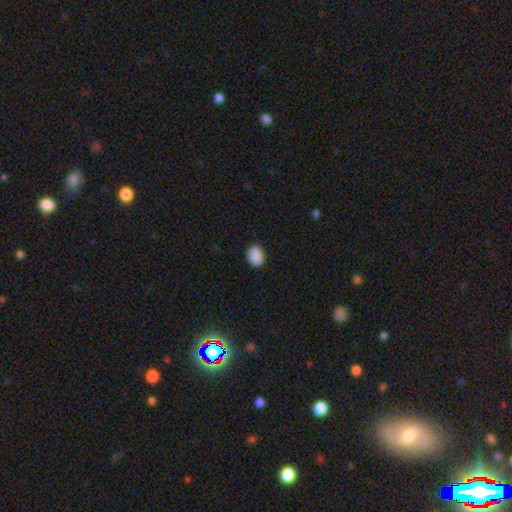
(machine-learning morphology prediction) Smooth or featured?
  - smooth: 90% *
  - star or artifact: 8%
  - featured or disk: 2%
How rounded?
  - in between: 67% *
  - round: 32%
  - cigar-shaped: 1%
Merging?
  - none: 88% *
  - minor disturbance: 9%
  - major disturbance: 2%
  - merger: 1%